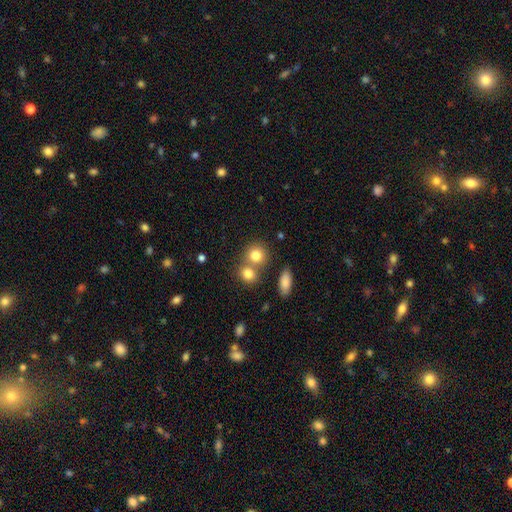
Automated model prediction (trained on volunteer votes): Smooth or featured? Predicted: smooth (p=0.80). How rounded? Predicted: round (p=0.80). Merging? Predicted: none (p=0.52).